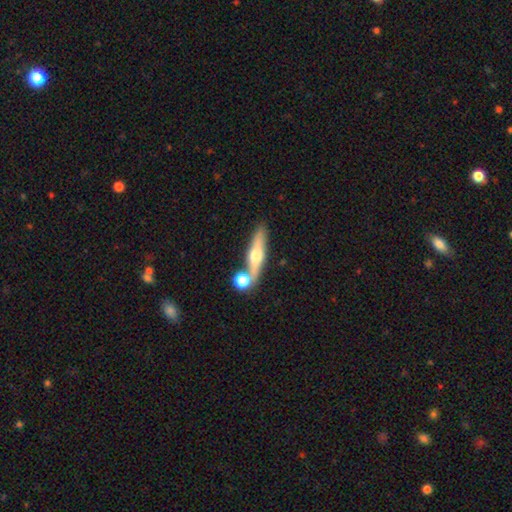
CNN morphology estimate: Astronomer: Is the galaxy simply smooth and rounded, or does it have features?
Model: featured or disk — 55% (runner-up: smooth, 38%).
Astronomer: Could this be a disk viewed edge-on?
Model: yes — 90%.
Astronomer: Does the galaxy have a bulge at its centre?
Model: rounded — 94%.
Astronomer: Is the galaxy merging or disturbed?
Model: none — 67%.